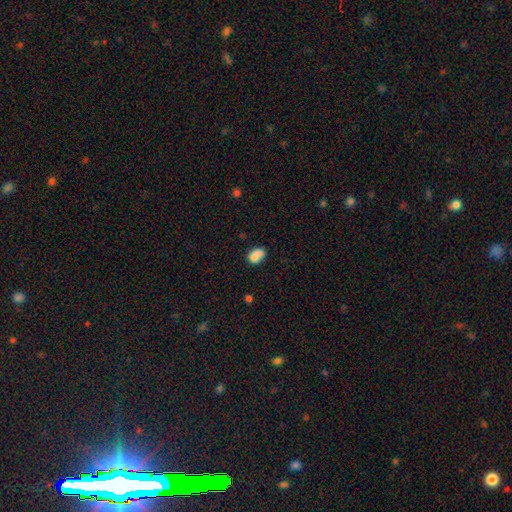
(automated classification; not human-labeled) Smooth or featured?
  - smooth: 77% *
  - featured or disk: 14%
  - star or artifact: 10%
How rounded?
  - in between: 68% *
  - round: 31%
  - cigar-shaped: 1%
Merging?
  - none: 40% *
  - merger: 30%
  - minor disturbance: 22%
  - major disturbance: 9%